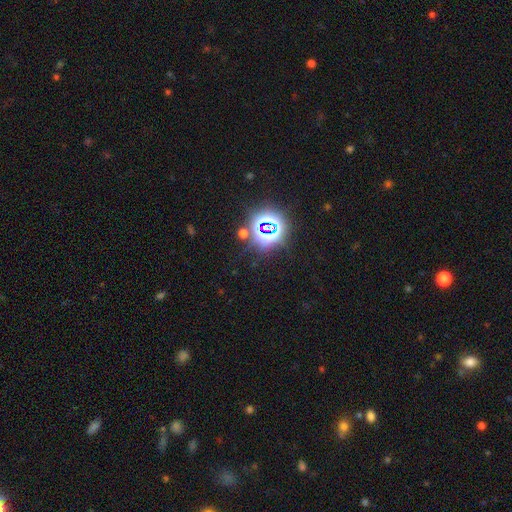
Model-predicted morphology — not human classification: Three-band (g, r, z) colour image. It shows a star or artifact, not a galaxy (80%).